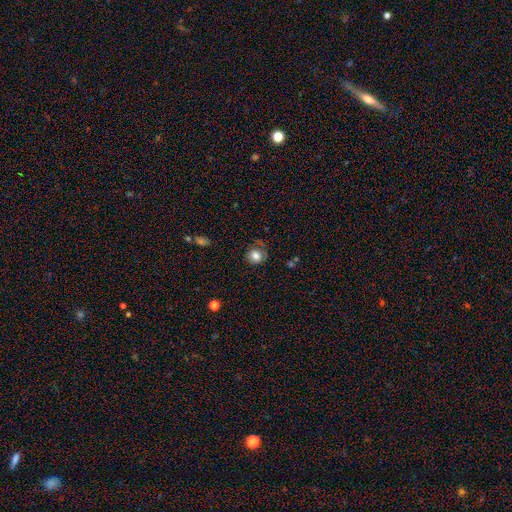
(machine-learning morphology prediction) smooth_or_featured: smooth (p=0.78) [alt: featured or disk p=0.12]
how_rounded: round (p=0.78) [alt: in between p=0.21]
merging: none (p=0.68) [alt: minor disturbance p=0.21]